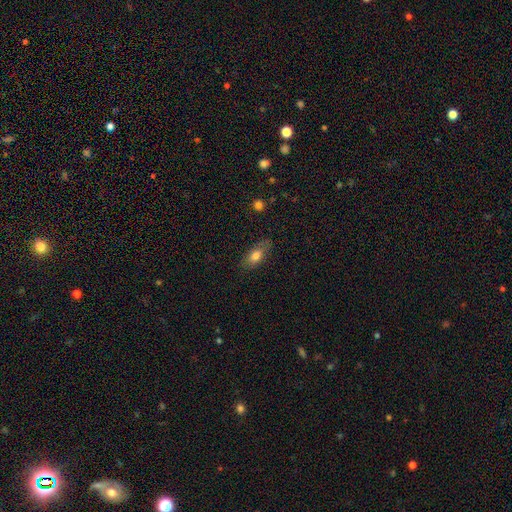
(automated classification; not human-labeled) smooth_or_featured: smooth (p=0.72) [alt: featured or disk p=0.20]
how_rounded: in between (p=0.82) [alt: cigar-shaped p=0.13]
merging: none (p=0.77) [alt: minor disturbance p=0.17]